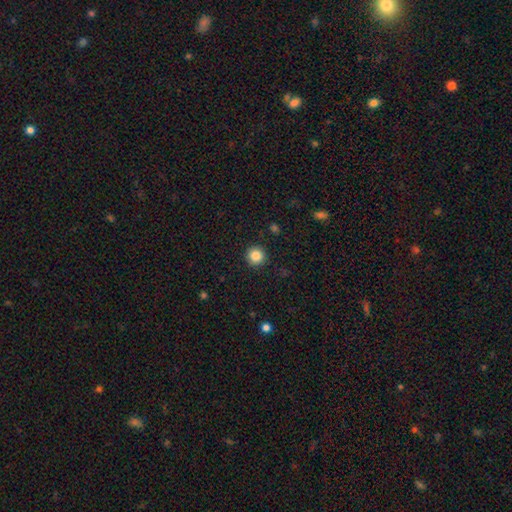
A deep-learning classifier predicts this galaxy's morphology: Smooth or featured?
  - smooth: 86% *
  - star or artifact: 10%
  - featured or disk: 4%
How rounded?
  - round: 95% *
  - in between: 4%
  - cigar-shaped: 1%
Merging?
  - none: 92% *
  - minor disturbance: 5%
  - major disturbance: 2%
  - merger: 1%